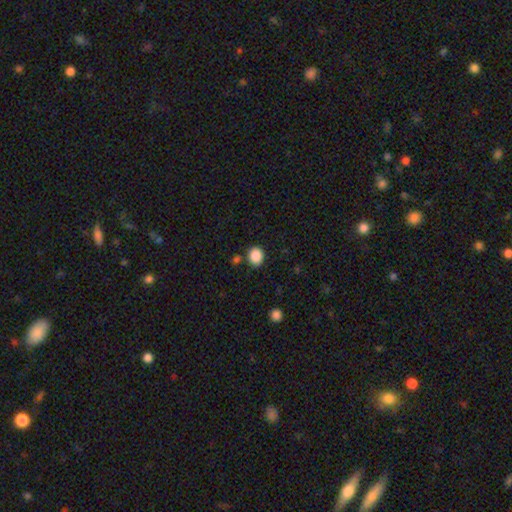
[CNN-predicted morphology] type=smooth (88%); roundness=round (64%); merging=none (82%).